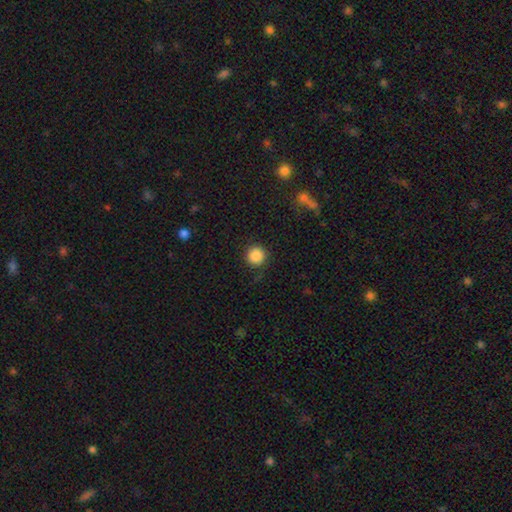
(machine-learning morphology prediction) This appears to be a smooth galaxy with no disk features (86%) that is round (95%). Merging: none (88%).